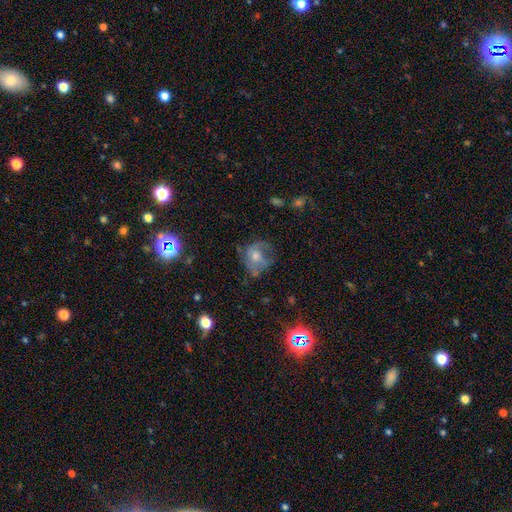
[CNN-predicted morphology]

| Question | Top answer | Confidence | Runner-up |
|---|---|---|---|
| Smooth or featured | featured or disk | 44% | smooth (37%) |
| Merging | none | 51% | minor disturbance (25%) |